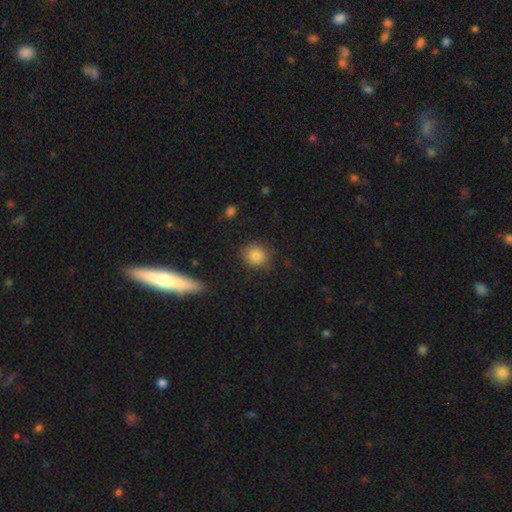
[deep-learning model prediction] A smooth galaxy with no disk features (85%) that is round (84%). Merging: none (84%).